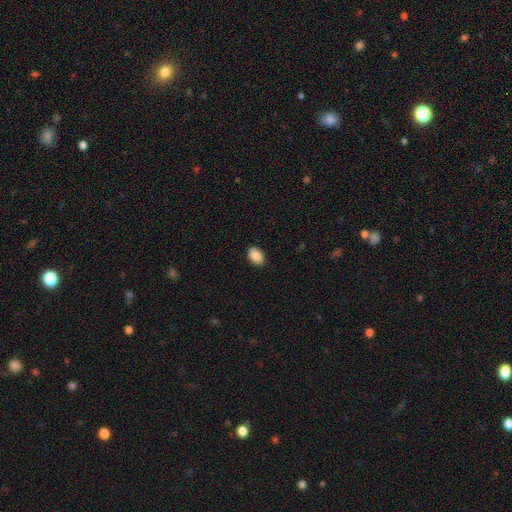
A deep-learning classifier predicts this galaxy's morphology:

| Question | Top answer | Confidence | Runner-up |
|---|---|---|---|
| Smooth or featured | smooth | 90% | star or artifact (7%) |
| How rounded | in between | 84% | round (15%) |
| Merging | none | 88% | minor disturbance (9%) |